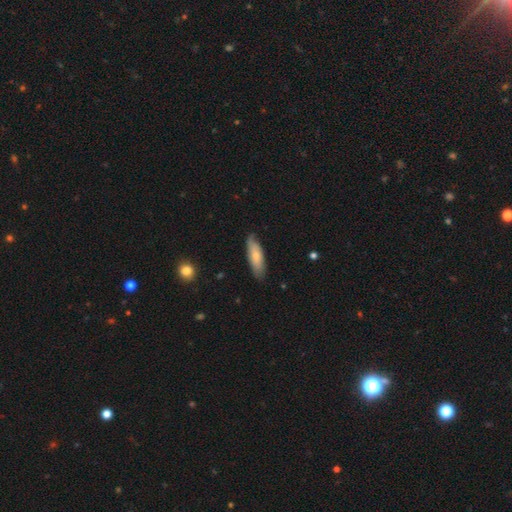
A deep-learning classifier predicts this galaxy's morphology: Overall: smooth (68%). How rounded: in between (54%; cigar-shaped 44%). Merging: none (76%).